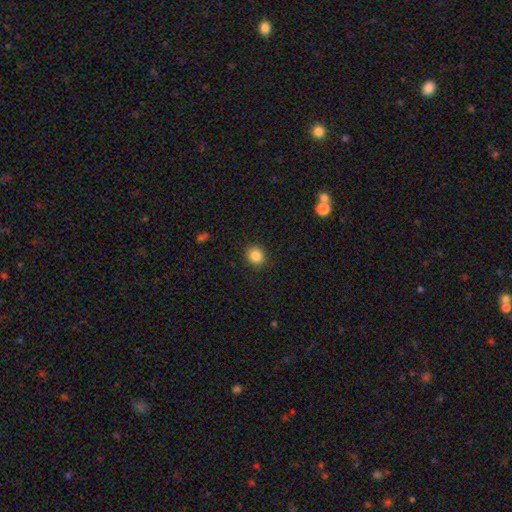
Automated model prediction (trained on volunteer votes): Smooth or featured: smooth — 85% (star or artifact — 10%)
How rounded: round — 80% (in between — 19%)
Merging: none — 90% (minor disturbance — 7%)